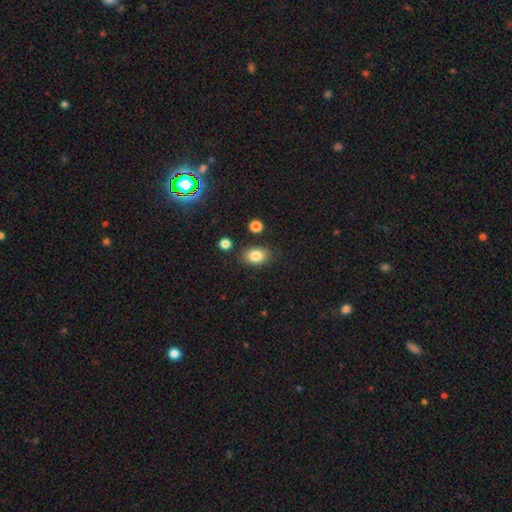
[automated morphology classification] This is clearly a smooth galaxy (83%). How rounded: likely in between (78%). Merging: clearly none (83%).